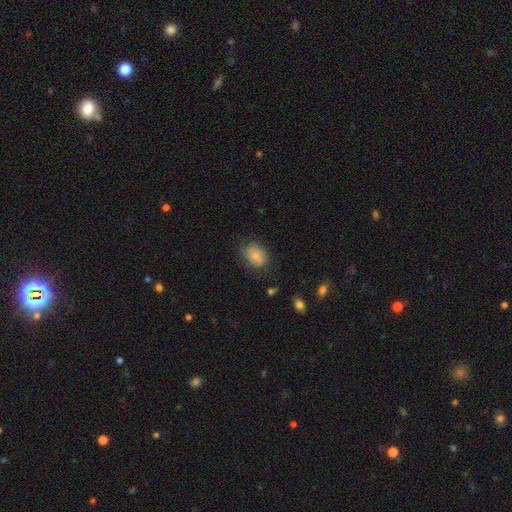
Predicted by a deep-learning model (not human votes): This is likely a smooth galaxy (72%). How rounded: possibly in between (57%). Merging: likely none (62%).